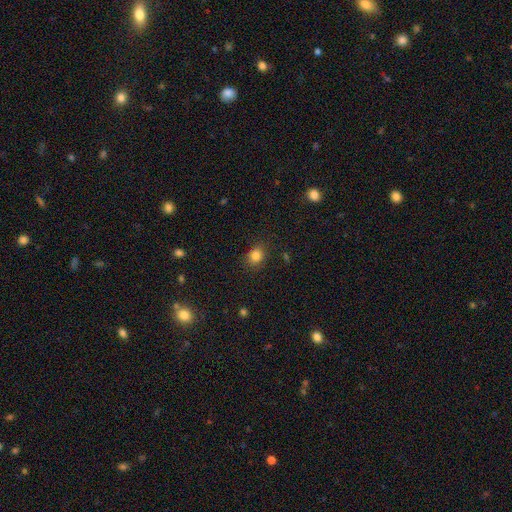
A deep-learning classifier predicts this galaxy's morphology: Smooth or featured?
  - smooth: 83% *
  - star or artifact: 12%
  - featured or disk: 5%
How rounded?
  - round: 62% *
  - in between: 37%
  - cigar-shaped: 1%
Merging?
  - none: 84% *
  - minor disturbance: 12%
  - major disturbance: 3%
  - merger: 1%